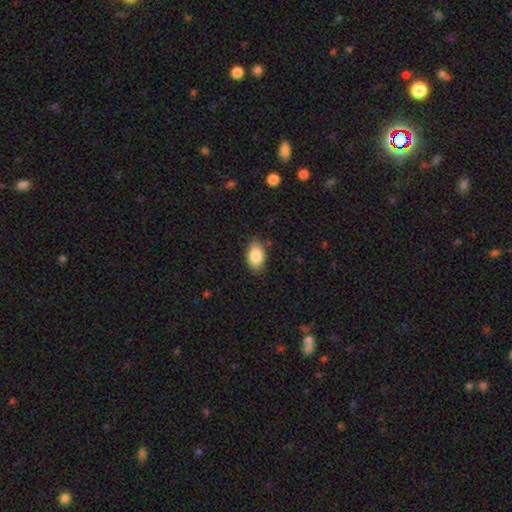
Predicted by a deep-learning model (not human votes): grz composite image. It shows a smooth galaxy with no disk features (84%) that is in between round and cigar-shaped (91%). Merging: none (83%).